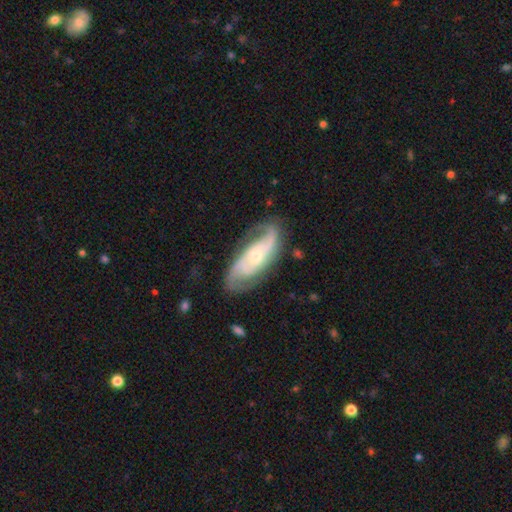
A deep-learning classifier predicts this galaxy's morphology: Q: Smooth or featured?
A: featured or disk (83%); runner-up: smooth (11%)
Q: Edge-on disk?
A: no (92%); runner-up: yes (8%)
Q: Bar?
A: no (59%); runner-up: weak (29%)
Q: Spiral arms?
A: yes (96%); runner-up: no (4%)
Q: Spiral winding?
A: medium (45%); runner-up: tight (32%)
Q: Spiral arm count?
A: 2 (78%); runner-up: can't tell (9%)
Q: Bulge size?
A: small (54%); runner-up: moderate (41%)
Q: Merging?
A: none (75%); runner-up: minor disturbance (16%)